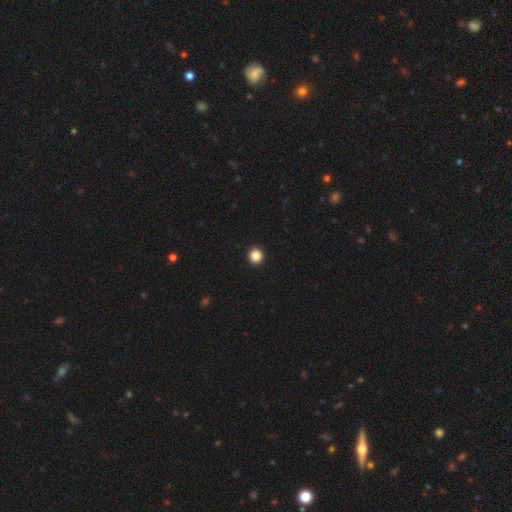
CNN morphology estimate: Smooth or featured? Predicted: smooth (p=0.86). How rounded? Predicted: round (p=0.94). Merging? Predicted: none (p=0.94).